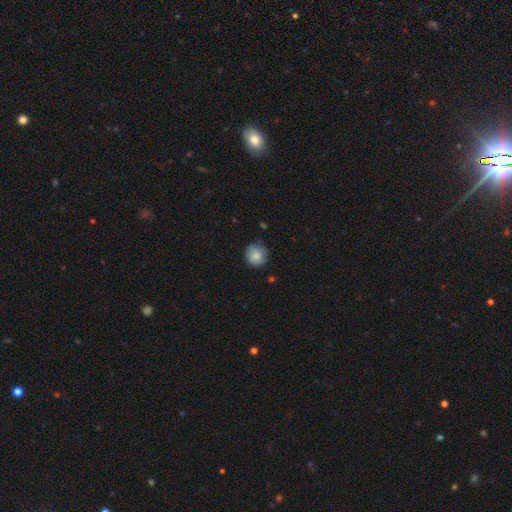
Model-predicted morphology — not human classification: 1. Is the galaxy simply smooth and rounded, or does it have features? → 84% smooth, 9% featured or disk, 8% star or artifact.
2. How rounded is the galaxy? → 90% round, 9% in between, 1% cigar-shaped.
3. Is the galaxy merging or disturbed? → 74% none, 20% minor disturbance, 4% major disturbance, 2% merger.